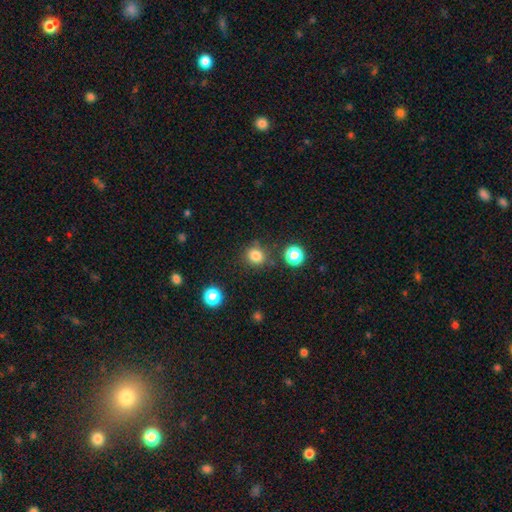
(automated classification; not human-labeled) Q: Smooth or featured?
A: smooth (82%); runner-up: star or artifact (13%)
Q: How rounded?
A: round (83%); runner-up: in between (16%)
Q: Merging?
A: none (82%); runner-up: minor disturbance (10%)